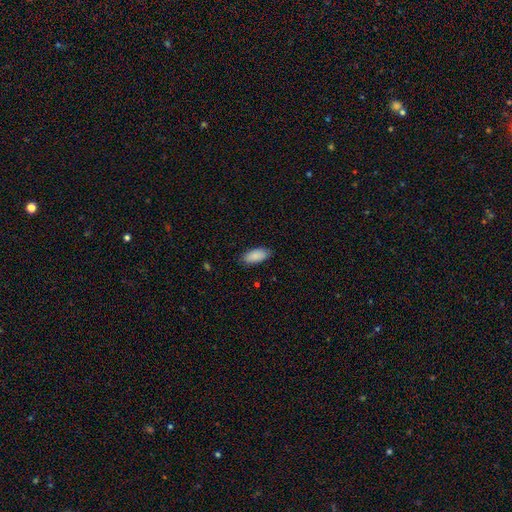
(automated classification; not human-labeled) smooth 90%, star or artifact 6%, featured or disk 5%. Down the decision tree: how rounded — in between (91%); merging — none (85%).